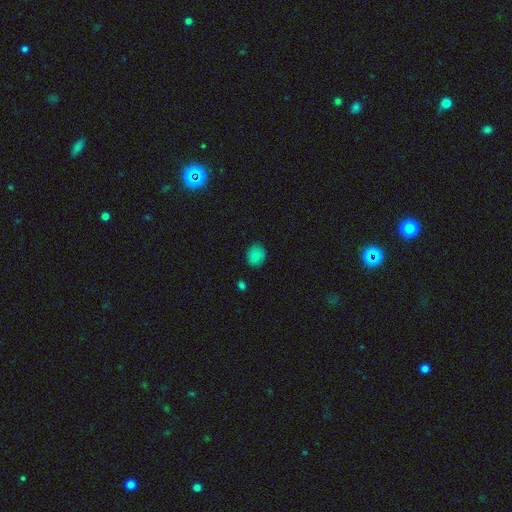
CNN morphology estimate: Smooth or featured? smooth (84%)
How rounded? round (65%)
Merging? none (85%)